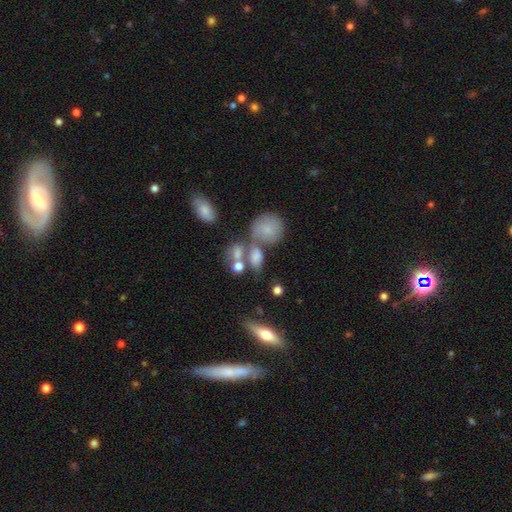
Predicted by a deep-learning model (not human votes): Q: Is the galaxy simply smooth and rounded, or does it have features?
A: smooth — 60%.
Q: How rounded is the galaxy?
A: in between — 49%.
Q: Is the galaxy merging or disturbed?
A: none — 48%.